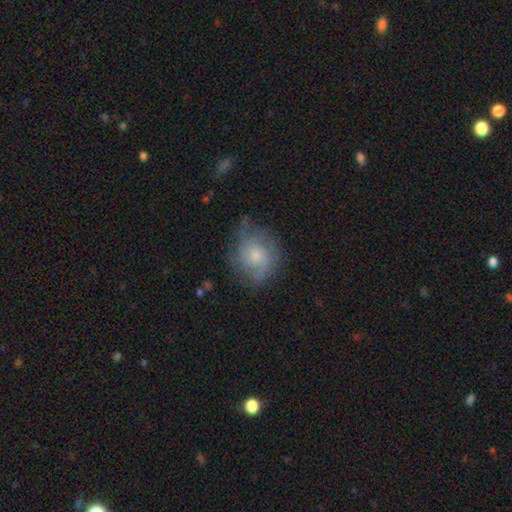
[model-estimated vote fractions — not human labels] smooth-or-featured: smooth: 47% | featured or disk: 44% | star or artifact: 8%
  merging: none: 60% | minor disturbance: 26% | major disturbance: 12% | merger: 2%